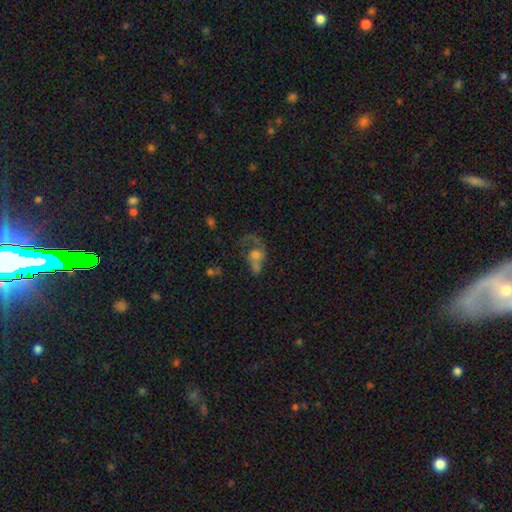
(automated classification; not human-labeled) smooth_or_featured: featured or disk (p=0.46) [alt: smooth p=0.37]
merging: merger (p=0.39) [alt: major disturbance p=0.30]